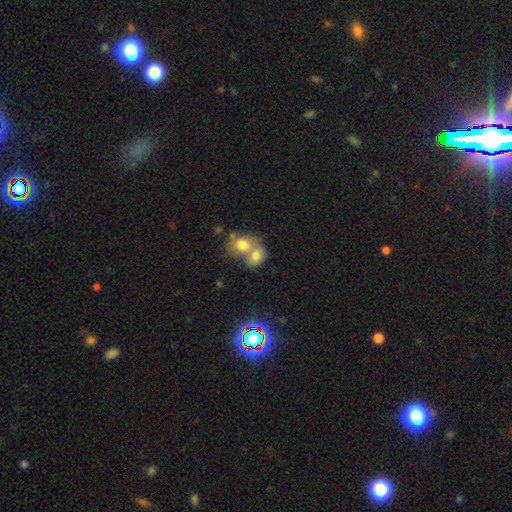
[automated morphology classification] Smooth or featured?
  - smooth: 72% *
  - featured or disk: 16%
  - star or artifact: 11%
How rounded?
  - in between: 58% *
  - round: 41%
  - cigar-shaped: 1%
Merging?
  - merger: 72% *
  - none: 19%
  - minor disturbance: 6%
  - major disturbance: 3%